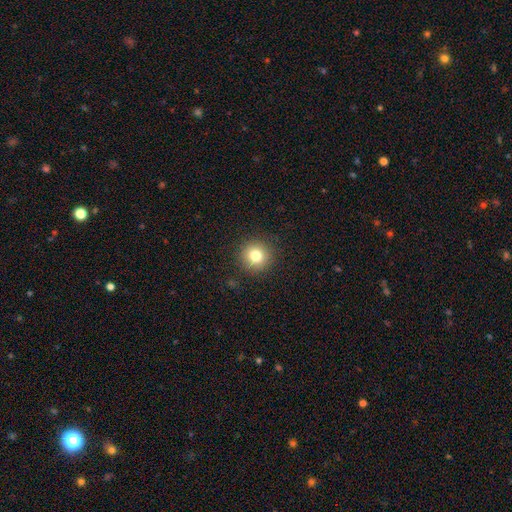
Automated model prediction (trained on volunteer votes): Smooth or featured? smooth (80%)
How rounded? round (94%)
Merging? none (91%)